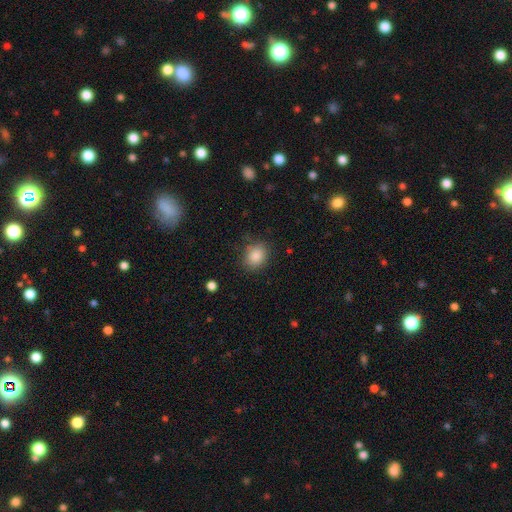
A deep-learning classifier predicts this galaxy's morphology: This is clearly a smooth galaxy (86%). How rounded: possibly round (58%). Merging: clearly none (80%).